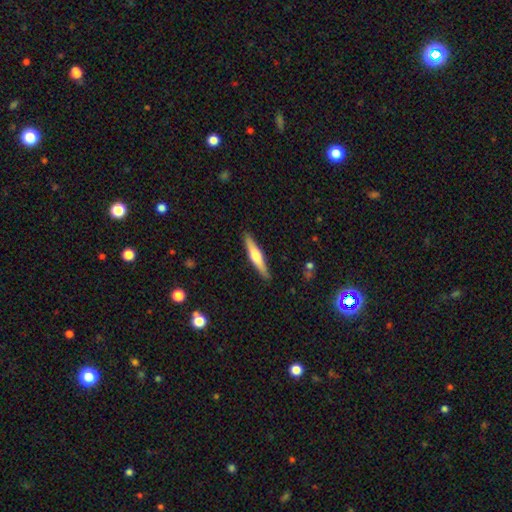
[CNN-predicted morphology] Smooth or featured?
  - featured or disk: 53% *
  - smooth: 42%
  - star or artifact: 5%
Edge-on disk?
  - yes: 96% *
  - no: 4%
Edge-on bulge?
  - rounded: 86% *
  - boxy: 8%
  - none: 6%
Merging?
  - none: 90% *
  - minor disturbance: 8%
  - major disturbance: 2%
  - merger: 1%